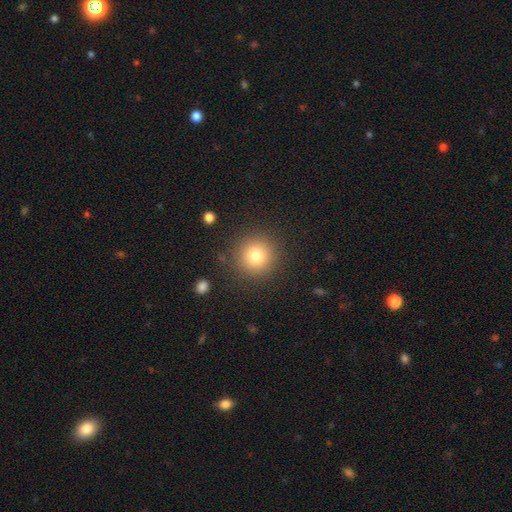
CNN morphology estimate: This is likely a smooth galaxy (80%). How rounded: clearly round (94%). Merging: clearly none (89%).